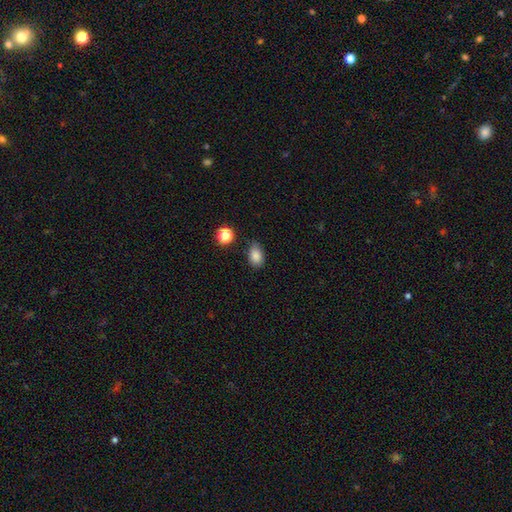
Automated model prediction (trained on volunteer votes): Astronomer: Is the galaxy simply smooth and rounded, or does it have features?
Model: smooth — 85%.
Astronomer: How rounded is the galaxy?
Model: in between — 82%.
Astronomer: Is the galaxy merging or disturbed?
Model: none — 71%.